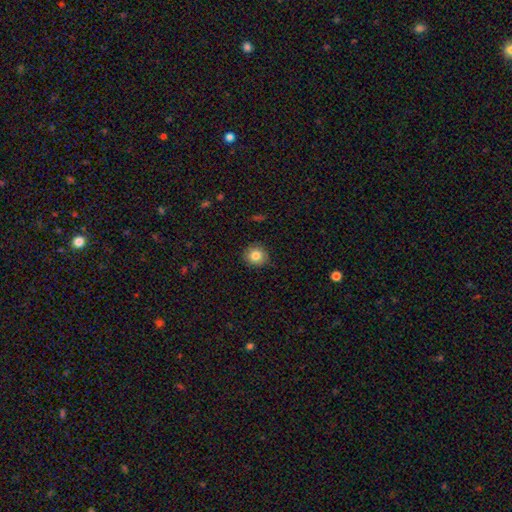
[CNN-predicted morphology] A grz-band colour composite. It shows a smooth galaxy with no disk features (83%) that is round (90%). Merging: none (86%).